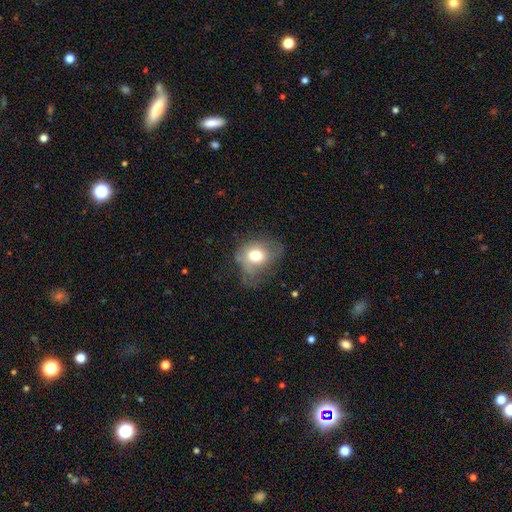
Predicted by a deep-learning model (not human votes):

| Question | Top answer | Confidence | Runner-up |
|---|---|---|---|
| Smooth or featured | smooth | 66% | featured or disk (23%) |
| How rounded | in between | 51% | round (48%) |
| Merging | none | 36% | minor disturbance (34%) |